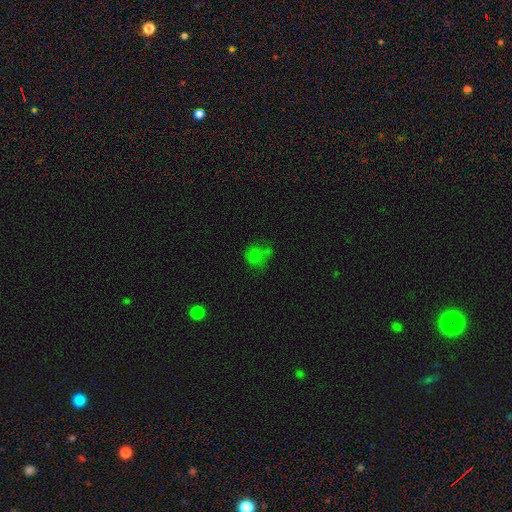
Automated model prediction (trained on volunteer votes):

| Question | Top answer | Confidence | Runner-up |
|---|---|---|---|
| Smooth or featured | smooth | 58% | star or artifact (28%) |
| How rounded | round | 62% | in between (36%) |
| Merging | none | 47% | minor disturbance (23%) |